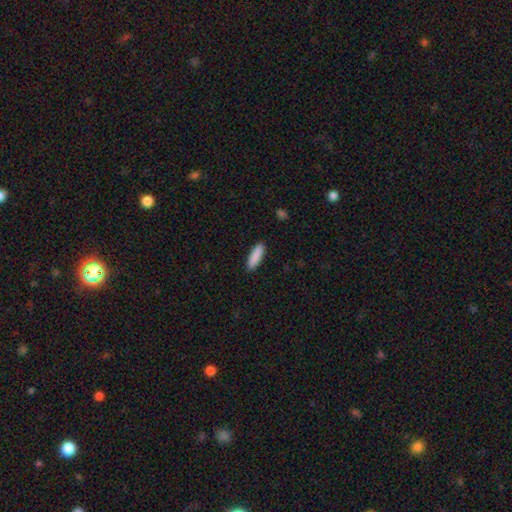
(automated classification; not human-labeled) A smooth galaxy with no disk features (89%) that is cigar-shaped (63%). Merging: none (90%).